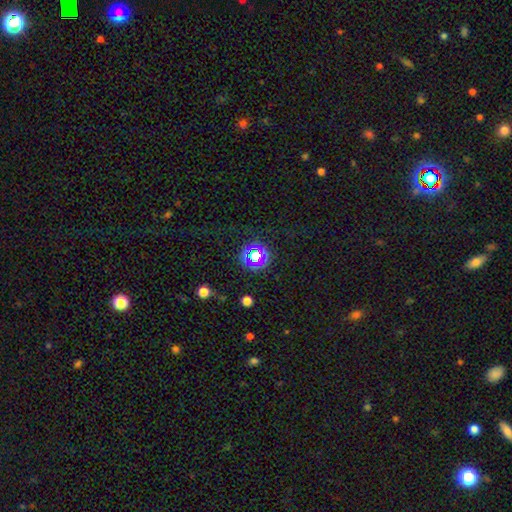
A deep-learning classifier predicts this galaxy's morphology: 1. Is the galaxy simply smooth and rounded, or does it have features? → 64% star or artifact, 26% smooth, 10% featured or disk.